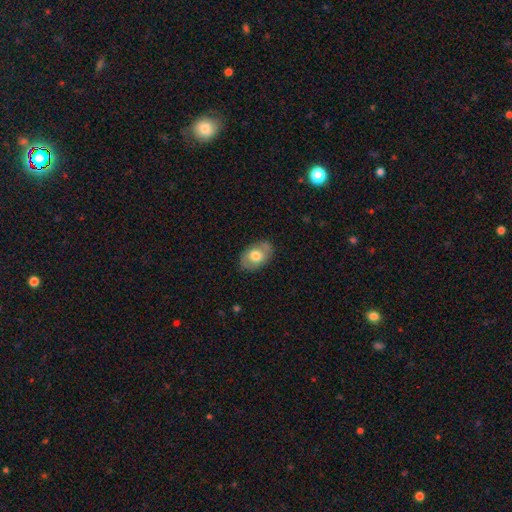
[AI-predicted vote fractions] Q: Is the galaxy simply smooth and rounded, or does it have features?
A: smooth — 65%.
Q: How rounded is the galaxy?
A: in between — 85%.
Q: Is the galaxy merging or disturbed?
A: none — 80%.